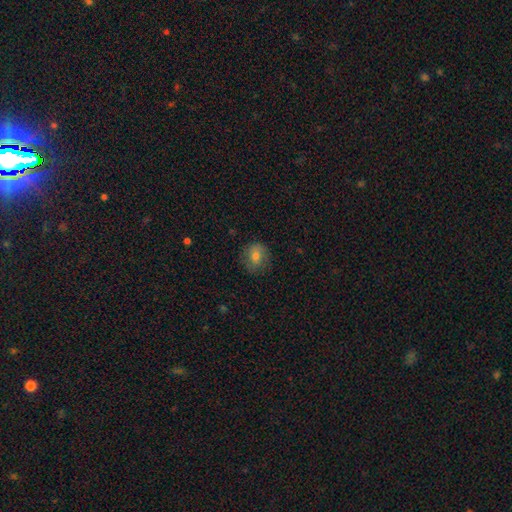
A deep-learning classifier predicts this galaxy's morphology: Smooth or featured: smooth — 72% (featured or disk — 17%)
How rounded: round — 69% (in between — 30%)
Merging: none — 80% (minor disturbance — 15%)